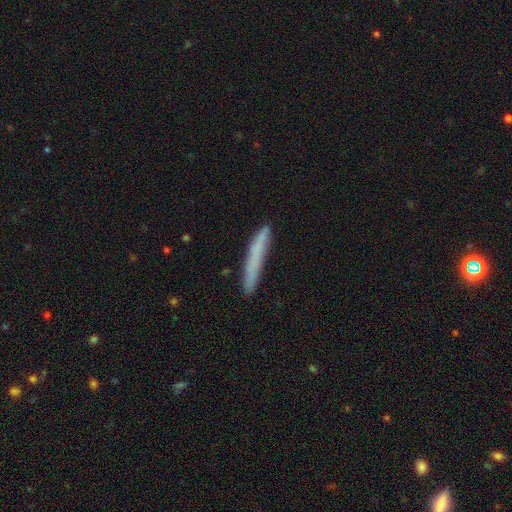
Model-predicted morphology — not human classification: This is likely a smooth galaxy (69%). How rounded: clearly cigar-shaped (96%). Merging: clearly none (86%).